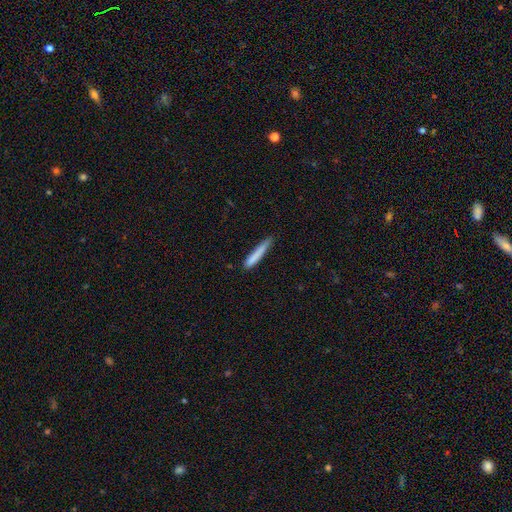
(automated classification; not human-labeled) Smooth or featured: smooth — 80% (featured or disk — 14%)
How rounded: cigar-shaped — 95% (in between — 4%)
Merging: none — 77% (minor disturbance — 18%)